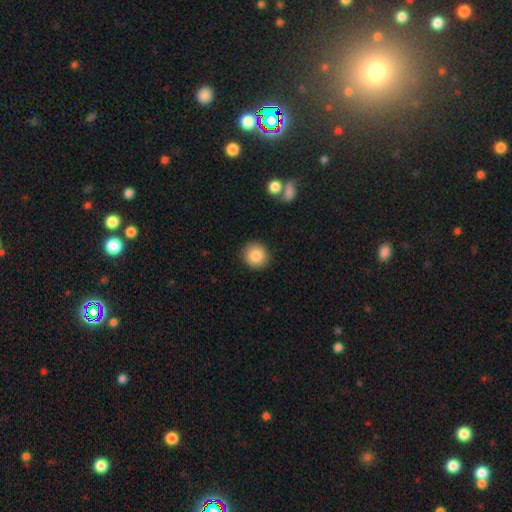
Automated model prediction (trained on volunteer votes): Smooth or featured? Predicted: smooth (p=0.84). How rounded? Predicted: round (p=0.90). Merging? Predicted: none (p=0.90).